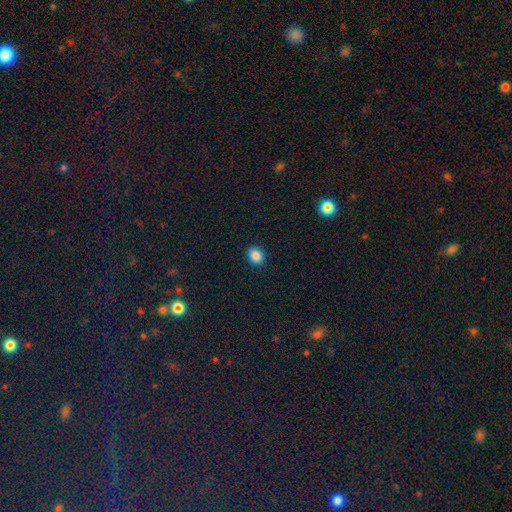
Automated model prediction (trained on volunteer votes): Smooth or featured: smooth — 86% (star or artifact — 10%)
How rounded: round — 53% (in between — 46%)
Merging: none — 90% (minor disturbance — 7%)